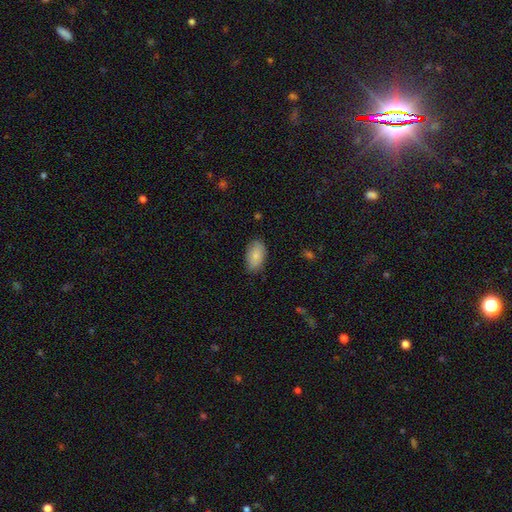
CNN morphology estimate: This appears to be a smooth galaxy with no disk features (83%) that is in between round and cigar-shaped (94%). Merging: none (82%).